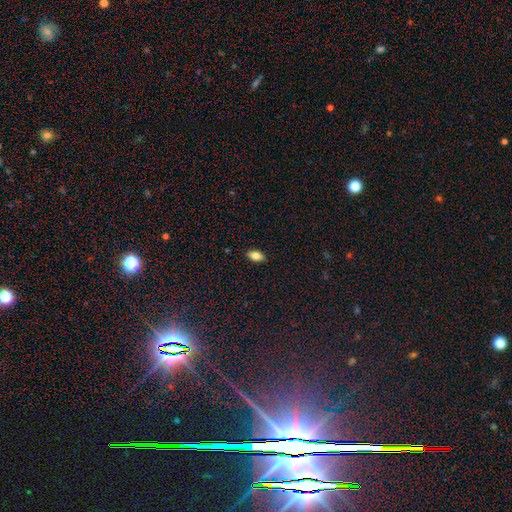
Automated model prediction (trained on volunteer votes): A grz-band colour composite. It shows a smooth galaxy with no disk features (82%) that is in between round and cigar-shaped (91%). Merging: none (89%).